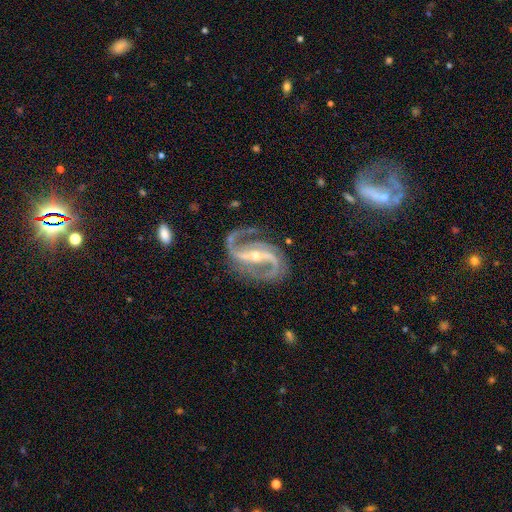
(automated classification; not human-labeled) Morphology: type=featured or disk (93%); edge-on=no (97%); bar=strong (70%); spiral arms=yes (98%); winding=medium (57%); arm count=2 (93%); bulge=small (61%); merging=none (76%).